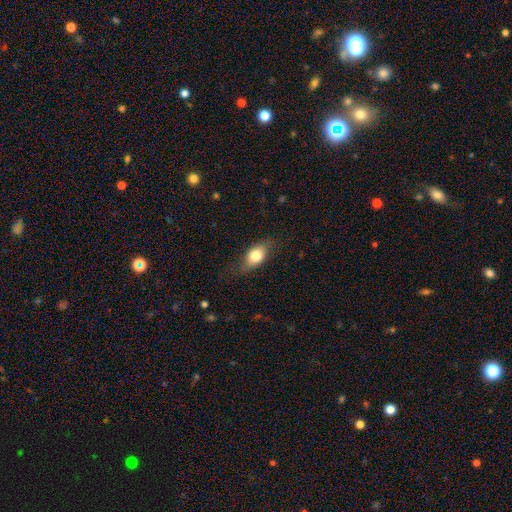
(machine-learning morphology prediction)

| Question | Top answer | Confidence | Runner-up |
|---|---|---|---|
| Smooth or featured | smooth | 73% | featured or disk (20%) |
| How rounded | in between | 80% | round (13%) |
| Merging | none | 73% | minor disturbance (19%) |